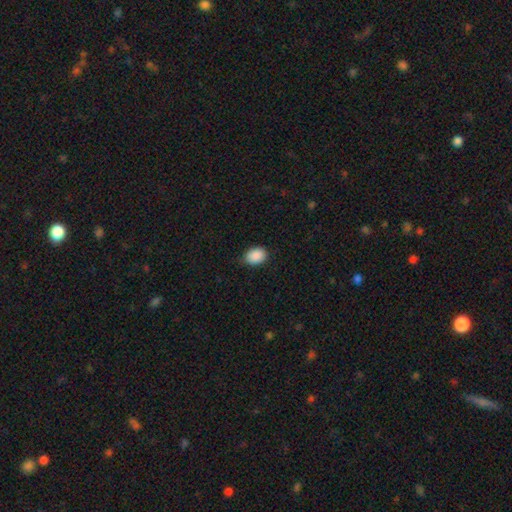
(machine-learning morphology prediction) Q: Smooth or featured?
A: smooth (90%); runner-up: star or artifact (8%)
Q: How rounded?
A: in between (68%); runner-up: round (31%)
Q: Merging?
A: none (79%); runner-up: minor disturbance (18%)